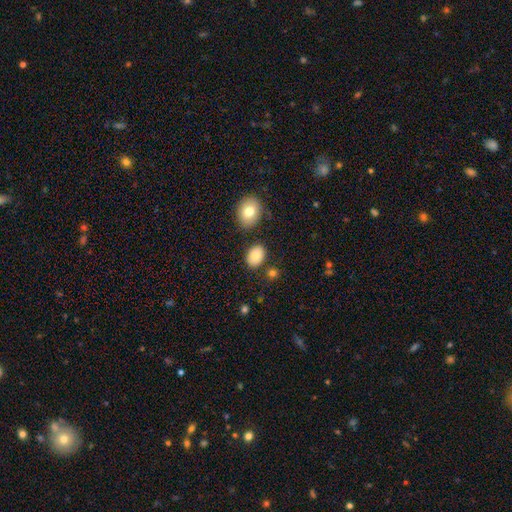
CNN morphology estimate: This appears to be a smooth galaxy with no disk features (85%) that is in between round and cigar-shaped (74%). Merging: none (82%).